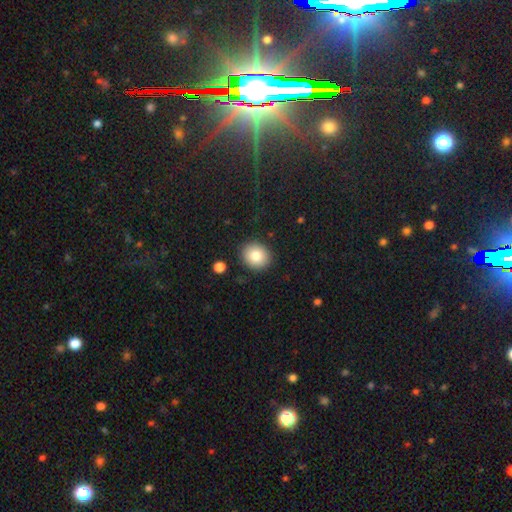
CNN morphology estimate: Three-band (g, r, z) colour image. It shows a smooth galaxy with no disk features (82%) that is round (73%). Merging: none (89%).